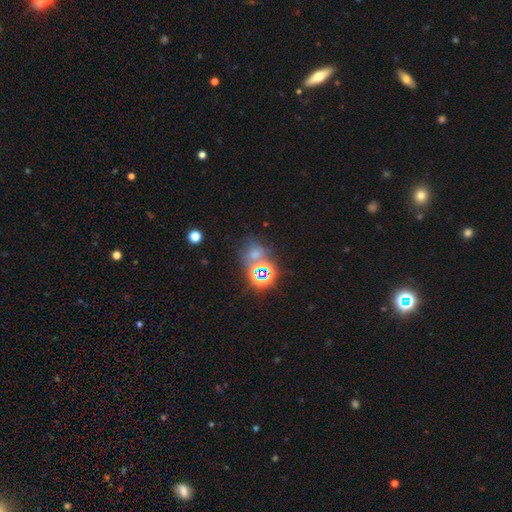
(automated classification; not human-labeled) This appears to be a star or artifact, not a galaxy (54%).